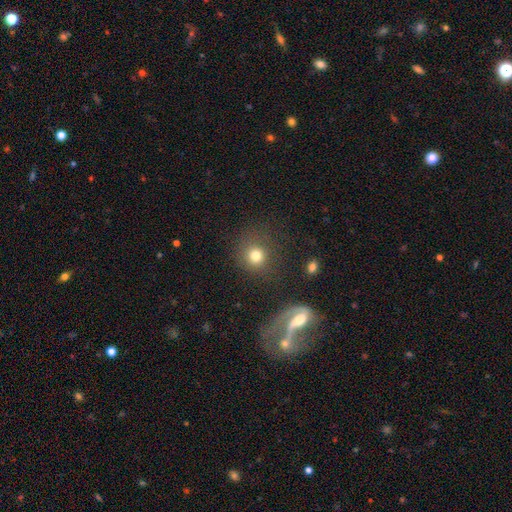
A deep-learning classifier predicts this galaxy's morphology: This appears to be a smooth galaxy with no disk features (78%) that is round (88%). Merging: none (76%).